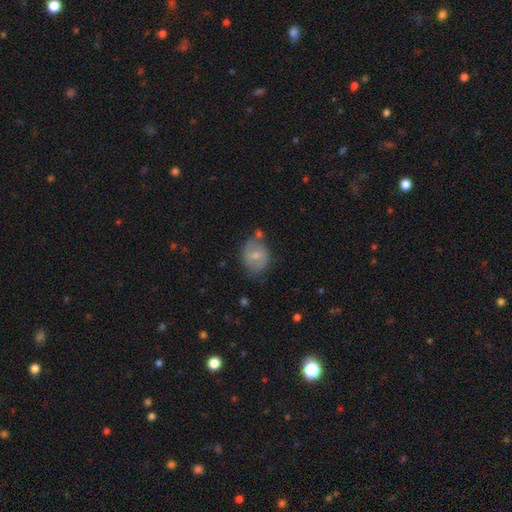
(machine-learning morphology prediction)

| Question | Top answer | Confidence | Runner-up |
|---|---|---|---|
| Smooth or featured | smooth | 57% | featured or disk (35%) |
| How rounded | round | 58% | in between (40%) |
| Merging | none | 58% | minor disturbance (24%) |